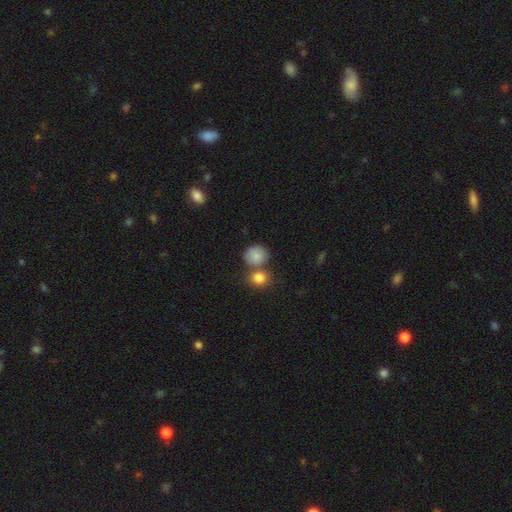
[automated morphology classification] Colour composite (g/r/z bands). It shows a smooth galaxy with no disk features (82%) that is round (77%). Merging: none (54%).